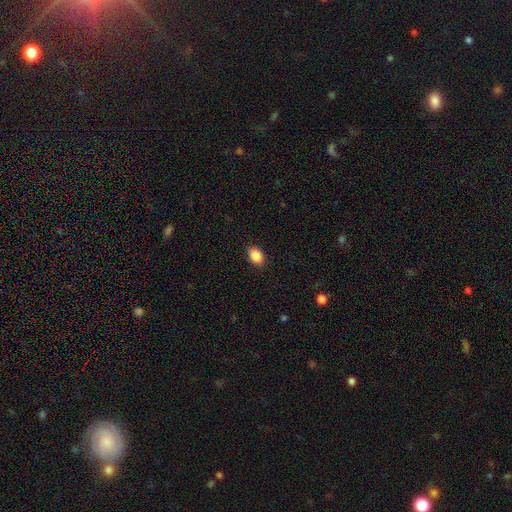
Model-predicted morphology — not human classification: smooth 88%, star or artifact 8%, featured or disk 4%. Down the decision tree: how rounded — in between (76%); merging — none (89%).